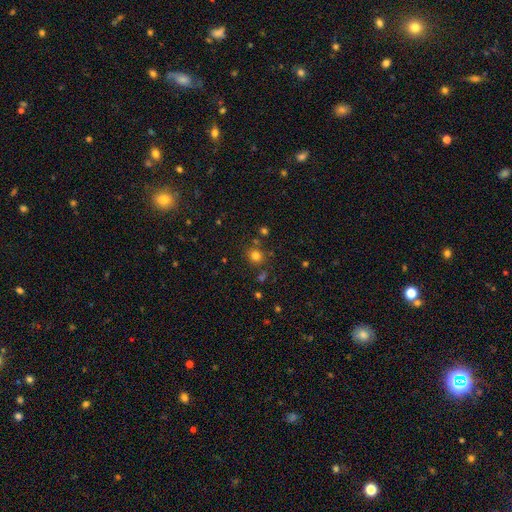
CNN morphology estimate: Overall: smooth (76%). How rounded: round (86%). Merging: none (79%).